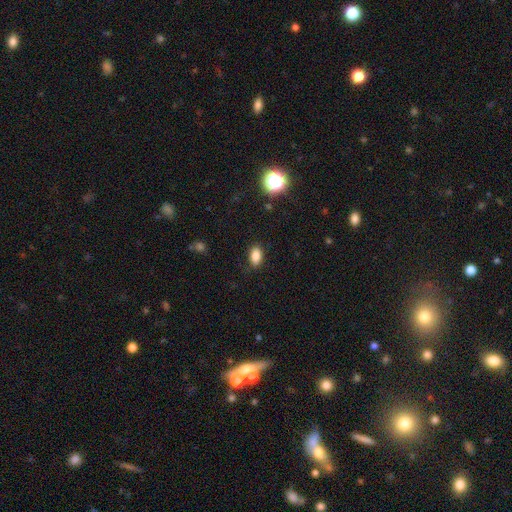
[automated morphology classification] This is clearly a smooth galaxy (85%). How rounded: clearly in between (89%). Merging: clearly none (84%).